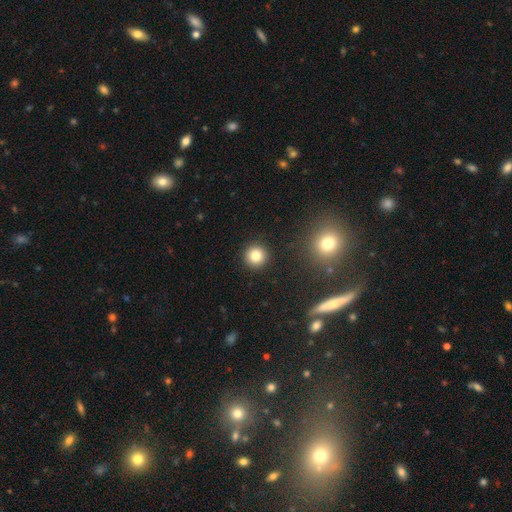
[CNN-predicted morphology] Smooth or featured: smooth — 82% (star or artifact — 12%)
How rounded: round — 95% (in between — 4%)
Merging: none — 92% (minor disturbance — 5%)